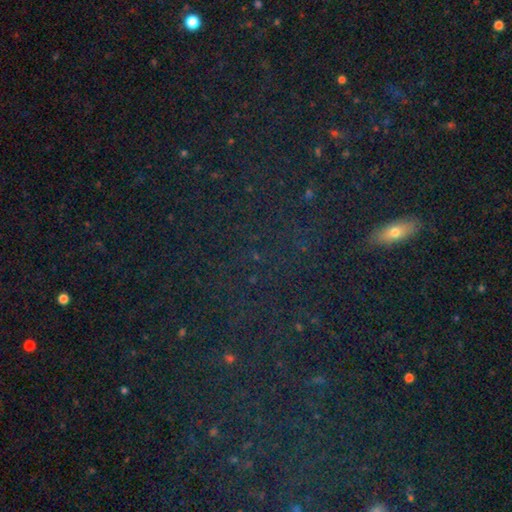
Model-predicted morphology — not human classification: Smooth or featured? star or artifact (66%)